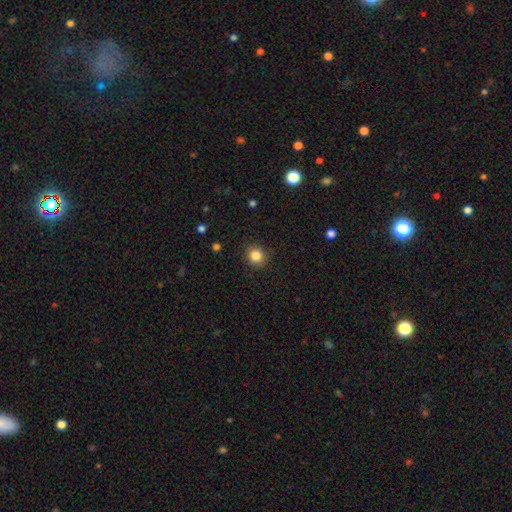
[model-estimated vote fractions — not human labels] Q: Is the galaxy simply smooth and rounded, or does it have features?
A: smooth — 85%.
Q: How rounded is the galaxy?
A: round — 83%.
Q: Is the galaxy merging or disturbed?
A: none — 90%.